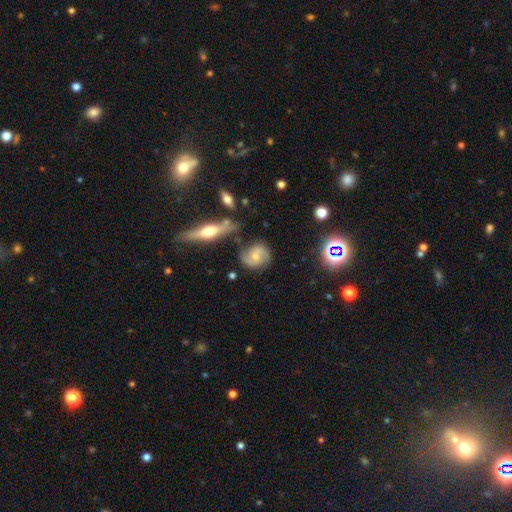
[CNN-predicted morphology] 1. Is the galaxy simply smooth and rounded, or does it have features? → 65% featured or disk, 26% smooth, 9% star or artifact.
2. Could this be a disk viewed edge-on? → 93% no, 7% yes.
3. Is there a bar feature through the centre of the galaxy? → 66% no, 28% weak, 6% strong.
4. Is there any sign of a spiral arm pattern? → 88% yes, 12% no.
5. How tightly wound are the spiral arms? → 43% medium, 29% tight, 28% loose.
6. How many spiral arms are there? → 78% 2, 11% can't tell, 5% 3, 3% 1, 2% 4, 2% more than 4.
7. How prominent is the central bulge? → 52% small, 41% moderate, 4% none, 2% large, 1% dominant.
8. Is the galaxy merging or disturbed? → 68% none, 20% minor disturbance, 7% major disturbance, 6% merger.